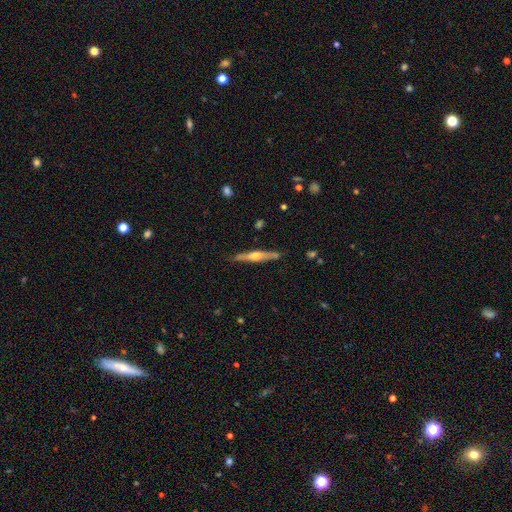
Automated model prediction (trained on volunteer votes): Smooth or featured? Predicted: featured or disk (p=0.68). Edge-on disk? Predicted: yes (p=0.98). Edge-on bulge? Predicted: rounded (p=0.86). Merging? Predicted: none (p=0.88).